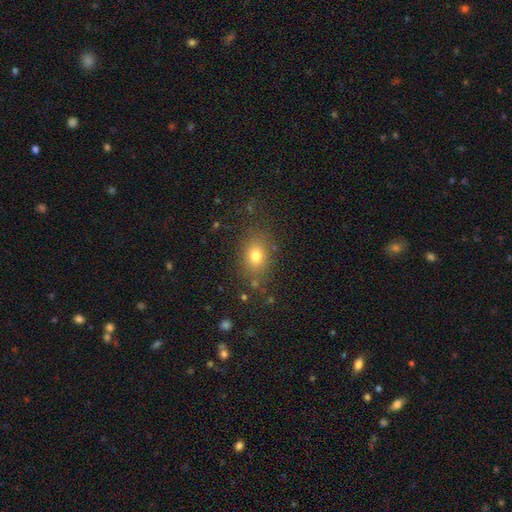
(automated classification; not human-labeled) smooth 76%, star or artifact 14%, featured or disk 10%. Down the decision tree: how rounded — in between (64%); merging — none (80%).